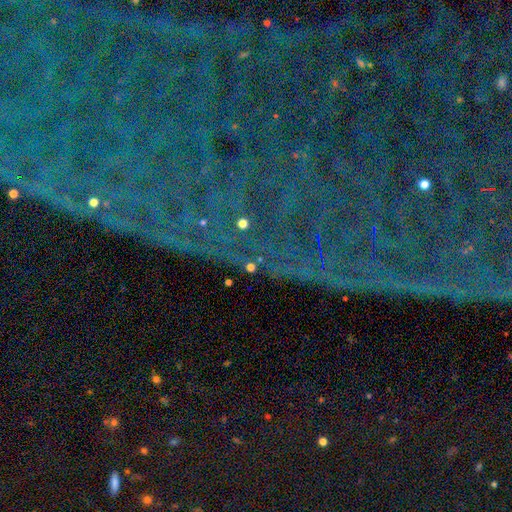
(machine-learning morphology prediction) Q: Smooth or featured?
A: star or artifact (84%); runner-up: featured or disk (9%)